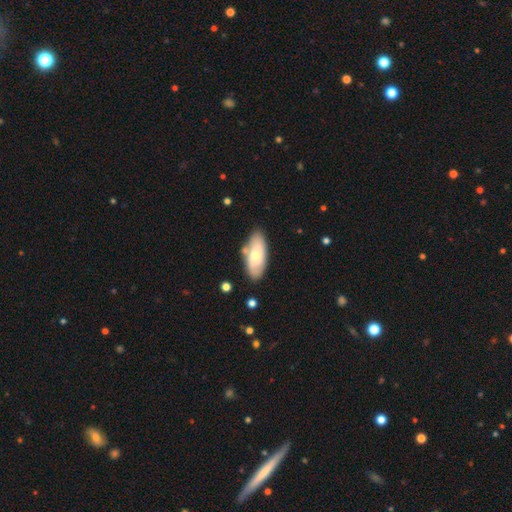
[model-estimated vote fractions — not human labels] Overall: smooth (61%; featured or disk 33%). How rounded: in between (86%). Merging: none (75%).